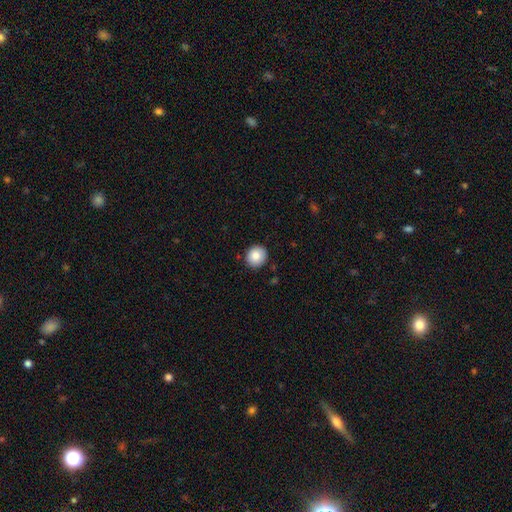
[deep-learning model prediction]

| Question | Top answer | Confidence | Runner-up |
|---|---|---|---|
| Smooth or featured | smooth | 85% | star or artifact (9%) |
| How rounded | round | 84% | in between (15%) |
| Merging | none | 89% | minor disturbance (8%) |